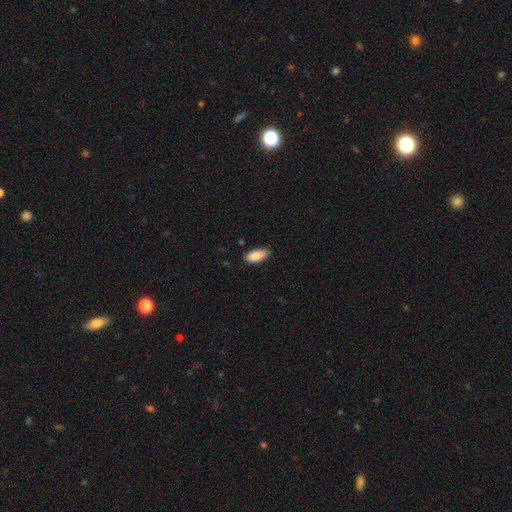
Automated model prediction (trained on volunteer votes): Smooth or featured? Predicted: smooth (p=0.89). How rounded? Predicted: in between (p=0.86). Merging? Predicted: none (p=0.73).